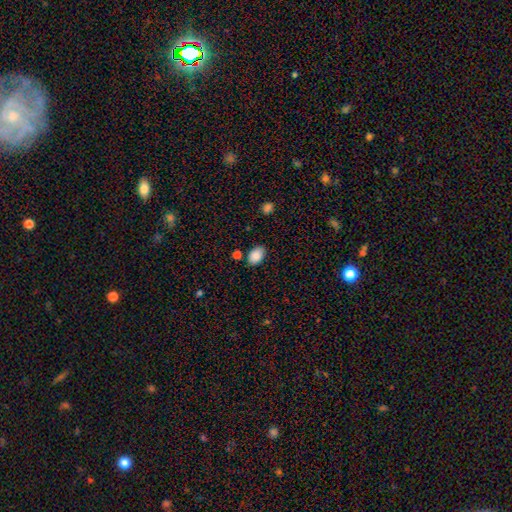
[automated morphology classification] Overall: smooth (88%). How rounded: in between (87%). Merging: none (81%).